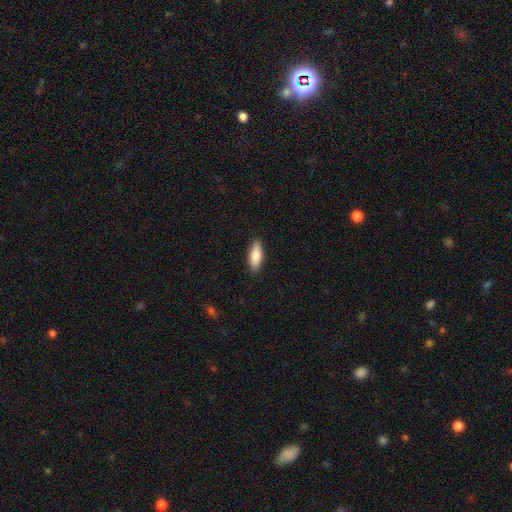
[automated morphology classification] A smooth galaxy with no disk features (84%) that is in between round and cigar-shaped (64%).

Vote fractions:
- Smooth or featured? smooth: 84% / featured or disk: 11% / star or artifact: 6%
- How rounded? in between: 64% / cigar-shaped: 34% / round: 2%
- Merging? none: 89% / minor disturbance: 8% / major disturbance: 2% / merger: 1%